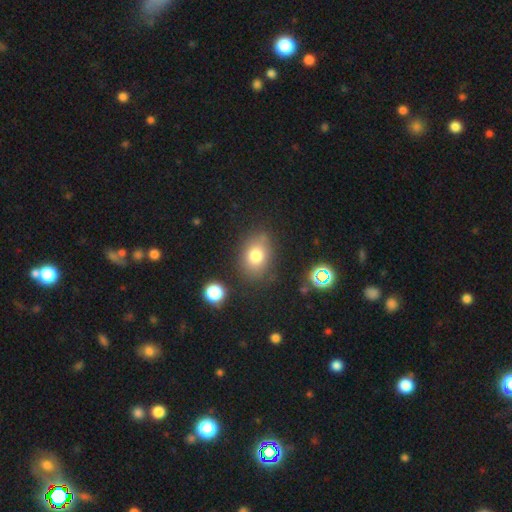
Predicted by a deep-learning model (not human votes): Morphology: type=smooth (77%); roundness=in between (69%); merging=none (77%).